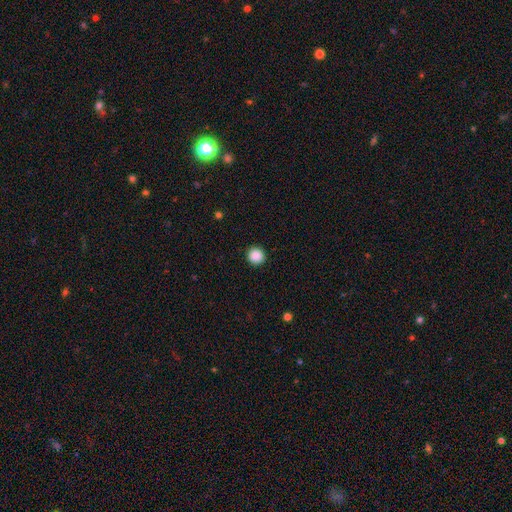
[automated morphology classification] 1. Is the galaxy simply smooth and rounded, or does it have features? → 89% smooth, 9% star or artifact, 2% featured or disk.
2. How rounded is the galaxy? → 92% round, 7% in between, 1% cigar-shaped.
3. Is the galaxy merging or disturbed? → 93% none, 5% minor disturbance, 2% major disturbance, 1% merger.